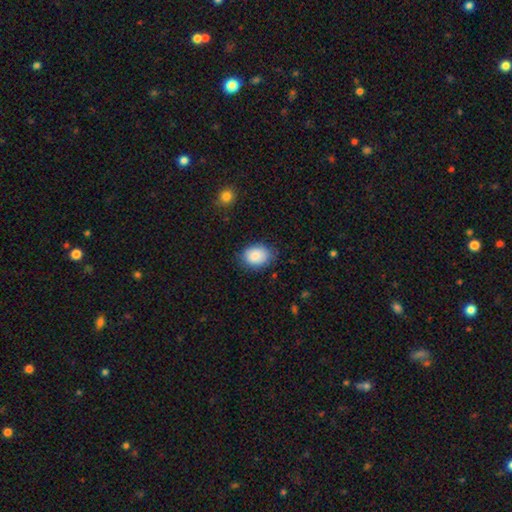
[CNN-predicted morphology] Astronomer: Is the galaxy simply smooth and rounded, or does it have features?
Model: smooth — 85%.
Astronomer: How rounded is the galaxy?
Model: in between — 64%.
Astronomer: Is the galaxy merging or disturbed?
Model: none — 74%.